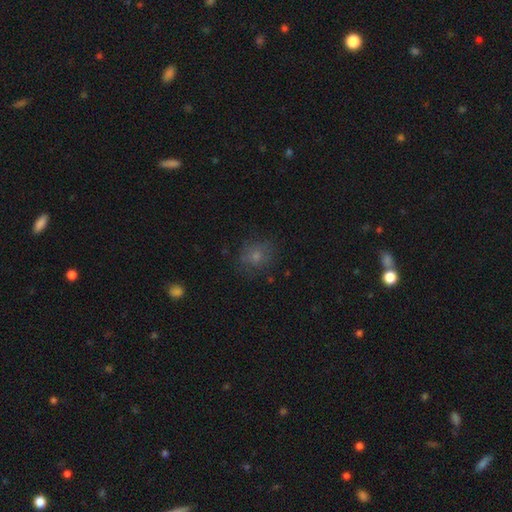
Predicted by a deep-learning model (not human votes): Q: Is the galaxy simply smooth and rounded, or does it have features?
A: smooth — 69%.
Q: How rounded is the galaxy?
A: round — 74%.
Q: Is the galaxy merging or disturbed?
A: none — 74%.